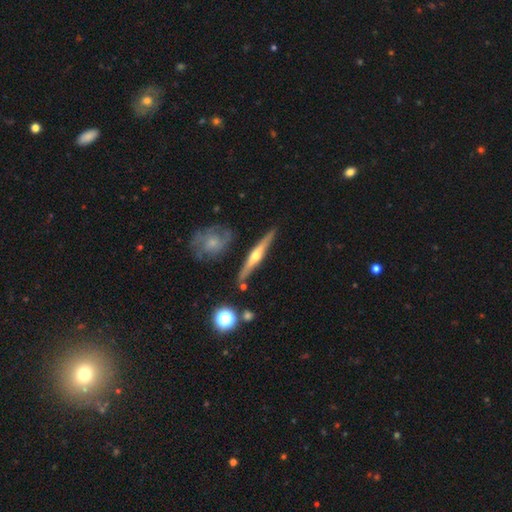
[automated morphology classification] featured or disk 71%, smooth 23%, star or artifact 6%. Down the decision tree: edge-on disk — yes (96%); edge-on bulge — rounded (91%); merging — none (86%).